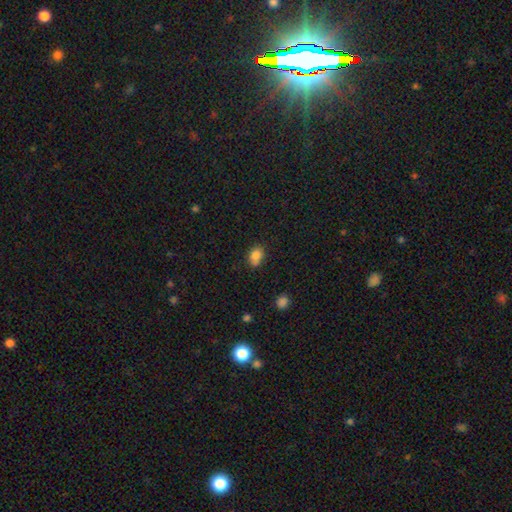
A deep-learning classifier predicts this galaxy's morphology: The model was most divided on "how rounded": in between: 68%, round: 31%, cigar-shaped: 1%. More confident: smooth or featured — smooth (83%); merging — none (65%).